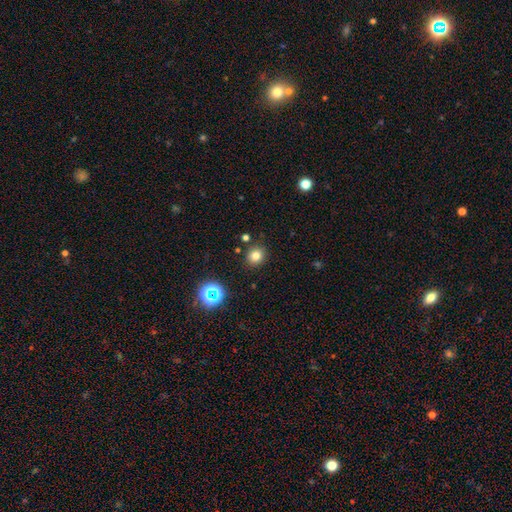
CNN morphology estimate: Overall: smooth (77%). How rounded: round (86%). Merging: none (87%).